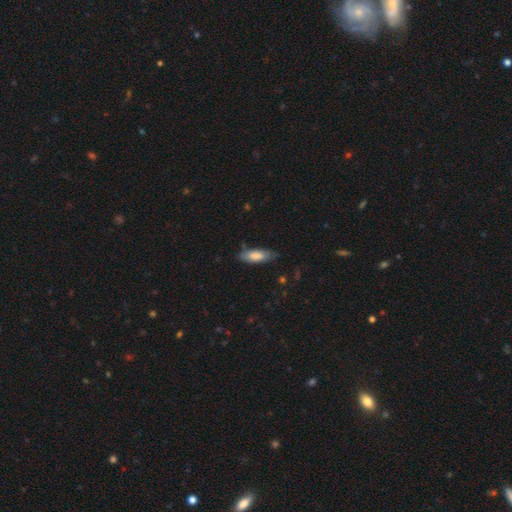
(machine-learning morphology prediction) This appears to be a smooth galaxy with no disk features (78%) that is in between round and cigar-shaped (65%). Merging: none (74%).